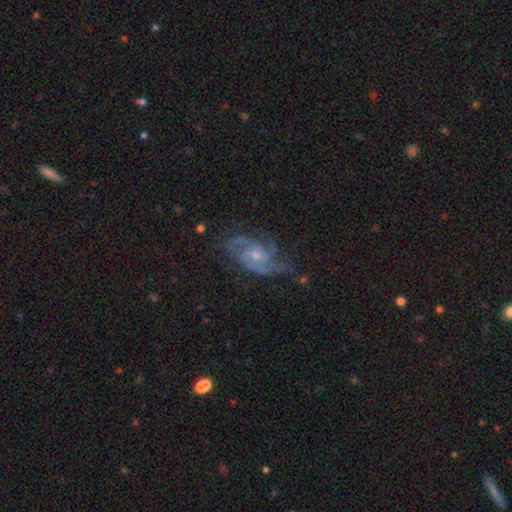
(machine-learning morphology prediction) featured or disk 86%, smooth 8%, star or artifact 6%. Down the decision tree: edge-on disk — no (97%); bar — no (62%); spiral arms — yes (96%); spiral arm count — 3 (35%); spiral winding — medium (51%); bulge size — small (58%); merging — none (60%).